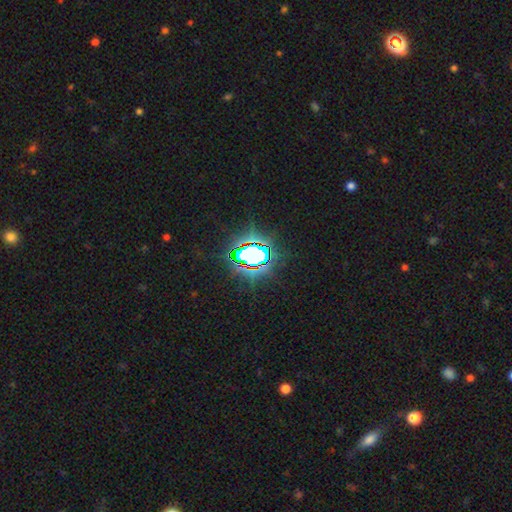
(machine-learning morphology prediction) A star or artifact, not a galaxy (81%).